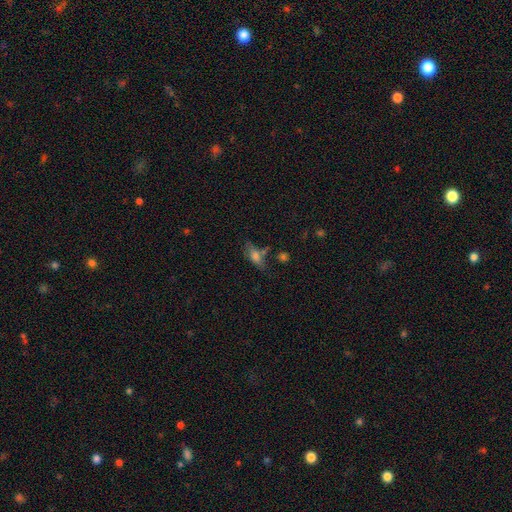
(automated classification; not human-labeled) Overall: smooth (66%). How rounded: in between (70%). Merging: none (53%; minor disturbance 23%).